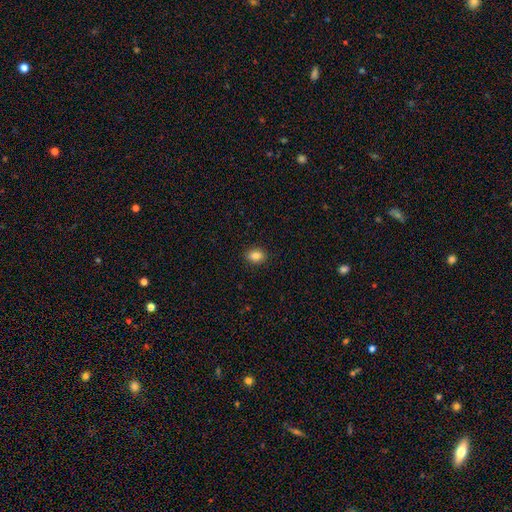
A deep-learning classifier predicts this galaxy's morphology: type=smooth (85%); roundness=in between (62%); merging=none (90%).